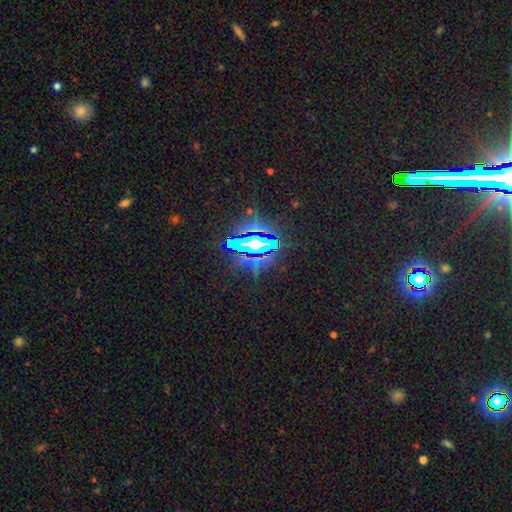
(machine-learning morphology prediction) This is likely a star or artifact rather than a galaxy (74%).